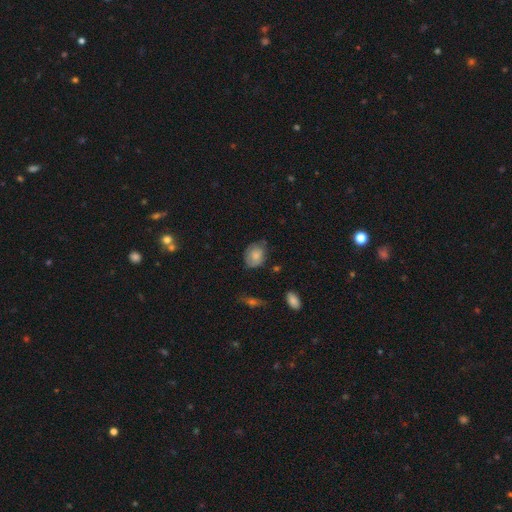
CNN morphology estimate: smooth 70%, featured or disk 22%, star or artifact 8%. Down the decision tree: how rounded — in between (62%); merging — none (57%).